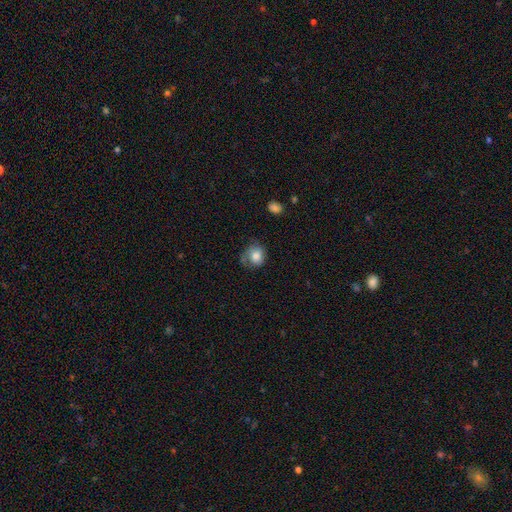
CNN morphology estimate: Smooth or featured?
  - smooth: 76% *
  - featured or disk: 15%
  - star or artifact: 8%
How rounded?
  - round: 66% *
  - in between: 33%
  - cigar-shaped: 1%
Merging?
  - none: 49% *
  - minor disturbance: 31%
  - major disturbance: 17%
  - merger: 4%